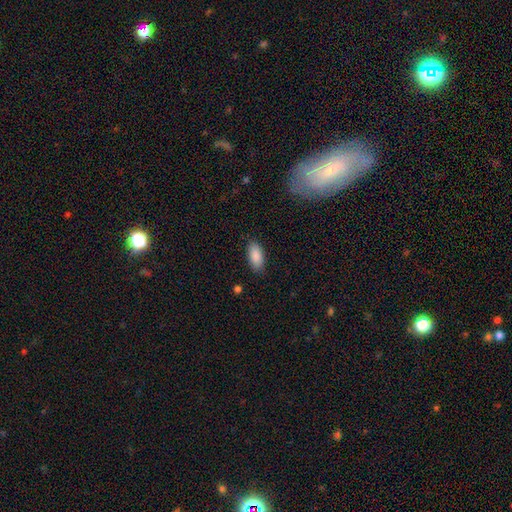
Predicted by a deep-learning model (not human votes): smooth_or_featured: smooth (p=0.89) [alt: star or artifact p=0.07]
how_rounded: in between (p=0.91) [alt: cigar-shaped p=0.06]
merging: none (p=0.85) [alt: minor disturbance p=0.11]